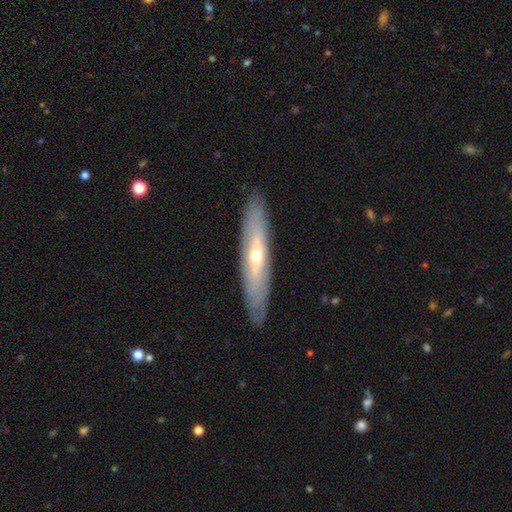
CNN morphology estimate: Overall: featured or disk (67%). Edge-on disk: yes (60%; no 40%). Merging: none (88%).